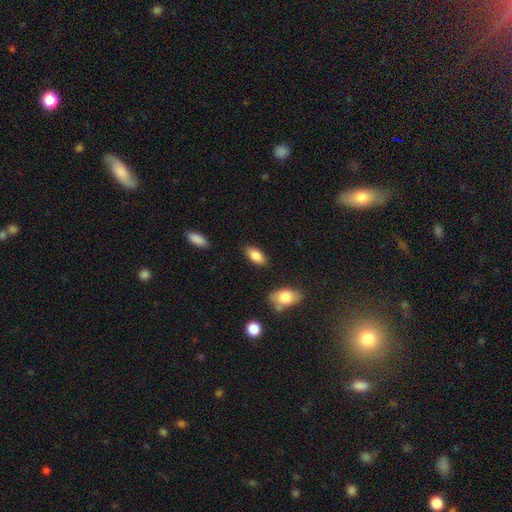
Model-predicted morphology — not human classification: A smooth galaxy with no disk features (84%) that is in between round and cigar-shaped (91%).

Vote fractions:
- Smooth or featured? smooth: 84% / featured or disk: 9% / star or artifact: 7%
- How rounded? in between: 91% / cigar-shaped: 6% / round: 3%
- Merging? none: 85% / minor disturbance: 11% / major disturbance: 2% / merger: 2%